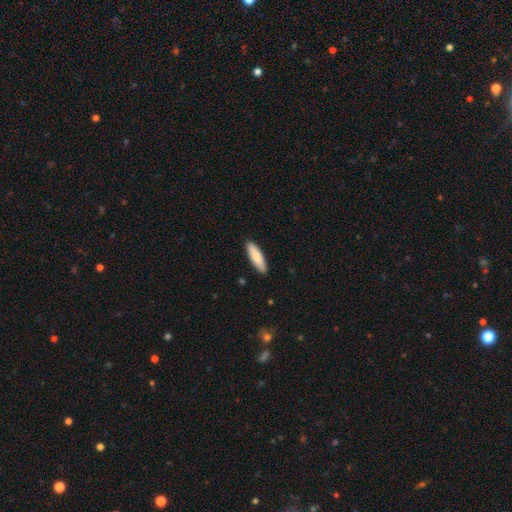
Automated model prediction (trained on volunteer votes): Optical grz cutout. It shows a smooth galaxy with no disk features (78%) that is cigar-shaped (58%). Merging: none (90%).